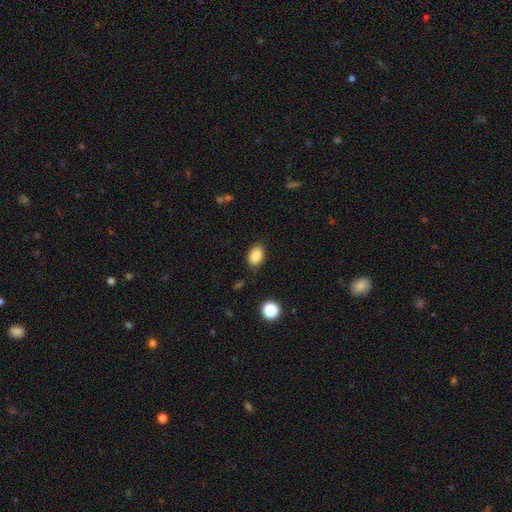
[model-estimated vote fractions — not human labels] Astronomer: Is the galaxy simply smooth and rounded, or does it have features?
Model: smooth — 87%.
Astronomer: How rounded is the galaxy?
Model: in between — 80%.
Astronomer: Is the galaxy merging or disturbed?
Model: none — 81%.